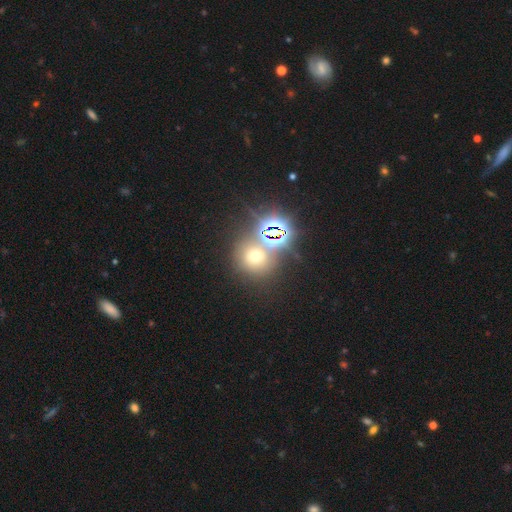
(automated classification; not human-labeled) A star or artifact, not a galaxy (46%).

Vote fractions:
- Smooth or featured? star or artifact: 46% / smooth: 43% / featured or disk: 10%